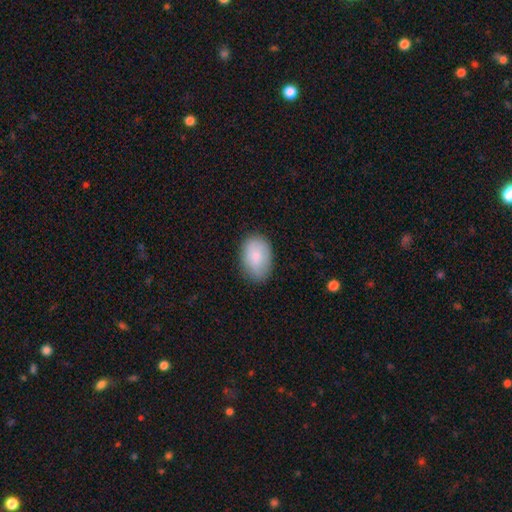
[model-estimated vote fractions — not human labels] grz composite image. It shows a smooth galaxy with no disk features (83%) that is in between round and cigar-shaped (89%). Merging: none (78%).